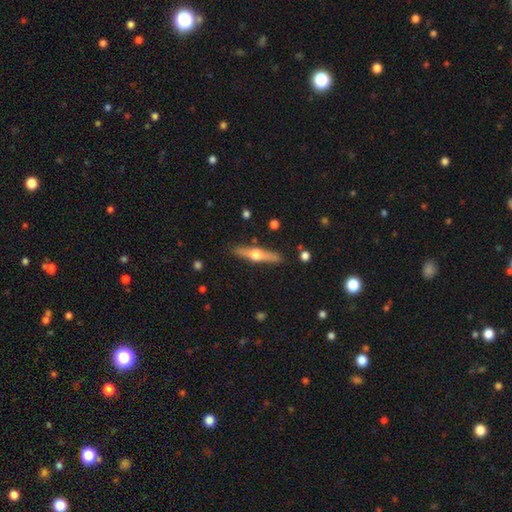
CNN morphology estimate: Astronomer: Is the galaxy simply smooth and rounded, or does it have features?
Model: featured or disk — 66%.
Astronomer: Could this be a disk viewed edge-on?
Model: yes — 96%.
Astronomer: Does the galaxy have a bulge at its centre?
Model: rounded — 95%.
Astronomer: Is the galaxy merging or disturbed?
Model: none — 87%.